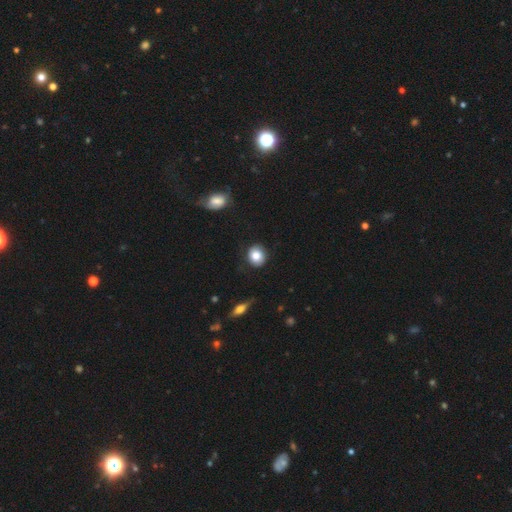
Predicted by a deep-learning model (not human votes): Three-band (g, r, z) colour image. It shows a smooth galaxy with no disk features (83%) that is round (73%). Merging: none (86%).